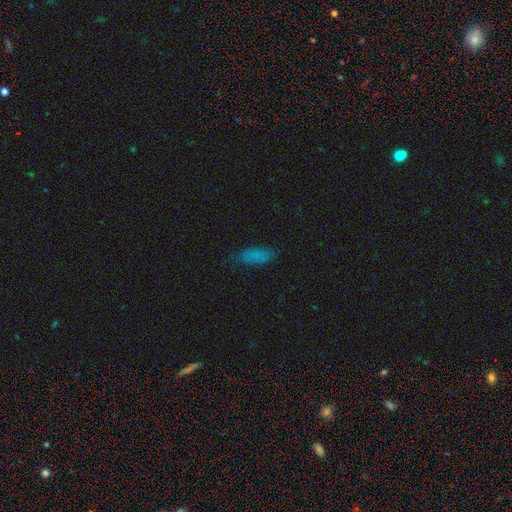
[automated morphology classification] A smooth galaxy with no disk features (79%) that is in between round and cigar-shaped (73%).

Vote fractions:
- Smooth or featured? smooth: 79% / star or artifact: 12% / featured or disk: 9%
- How rounded? in between: 73% / cigar-shaped: 24% / round: 3%
- Merging? none: 74% / minor disturbance: 19% / major disturbance: 5% / merger: 2%